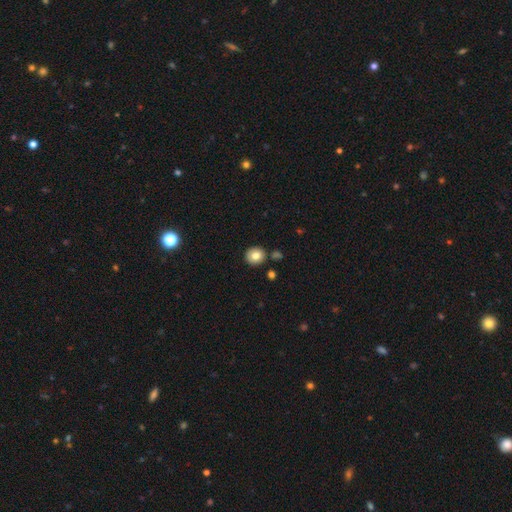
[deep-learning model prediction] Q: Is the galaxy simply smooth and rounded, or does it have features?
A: smooth — 80%.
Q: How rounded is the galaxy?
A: round — 86%.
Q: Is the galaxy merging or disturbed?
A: none — 86%.